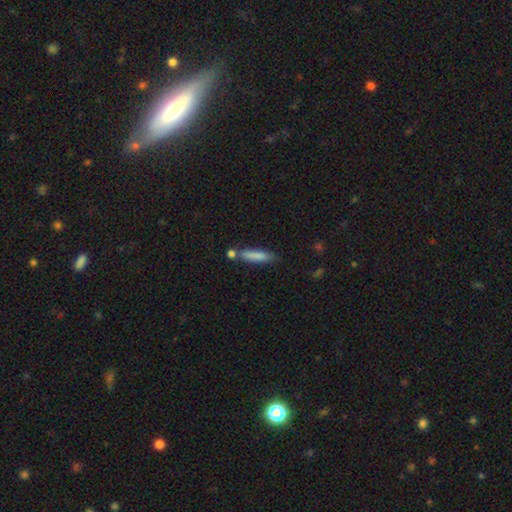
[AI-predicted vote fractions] Q: Smooth or featured?
A: smooth (81%); runner-up: featured or disk (13%)
Q: How rounded?
A: cigar-shaped (82%); runner-up: in between (16%)
Q: Merging?
A: none (69%); runner-up: minor disturbance (15%)